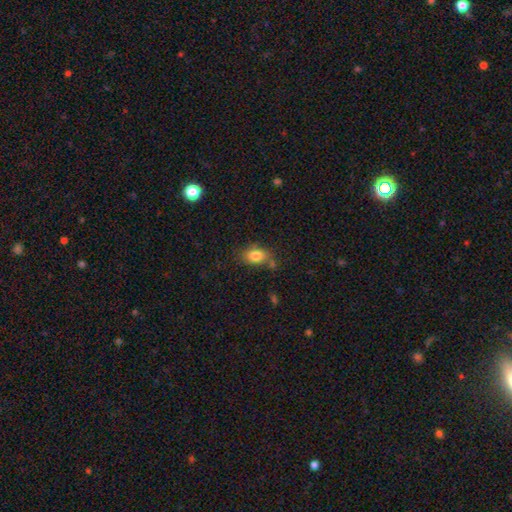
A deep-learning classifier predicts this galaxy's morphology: Smooth or featured?
  - smooth: 82% *
  - star or artifact: 9%
  - featured or disk: 8%
How rounded?
  - in between: 76% *
  - round: 22%
  - cigar-shaped: 2%
Merging?
  - none: 64% *
  - minor disturbance: 22%
  - merger: 9%
  - major disturbance: 6%